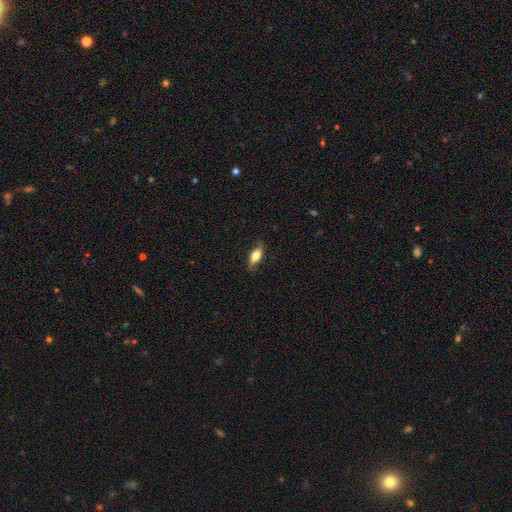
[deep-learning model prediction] Smooth or featured? Predicted: smooth (p=0.69). How rounded? Predicted: in between (p=0.74). Merging? Predicted: none (p=0.81).